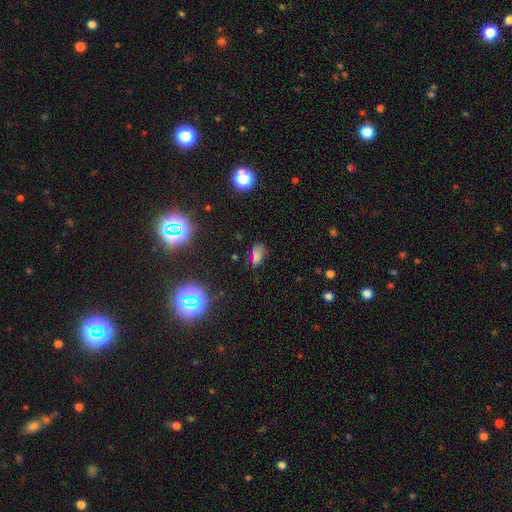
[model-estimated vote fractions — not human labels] Smooth or featured? Predicted: smooth (p=0.62). How rounded? Predicted: in between (p=0.89). Merging? Predicted: none (p=0.62).